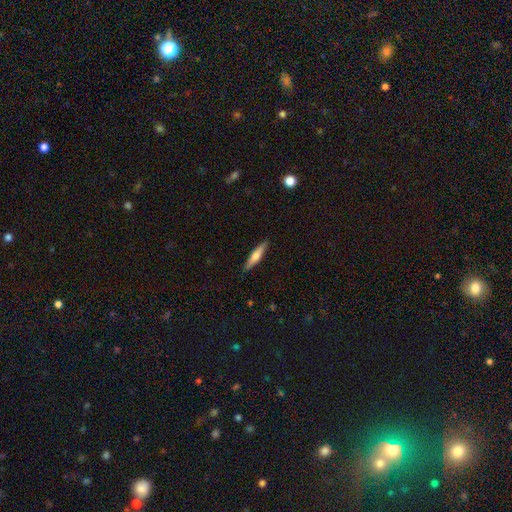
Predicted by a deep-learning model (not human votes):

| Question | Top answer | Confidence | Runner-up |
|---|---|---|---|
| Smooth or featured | smooth | 56% | featured or disk (38%) |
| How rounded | cigar-shaped | 84% | in between (14%) |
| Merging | none | 89% | minor disturbance (8%) |